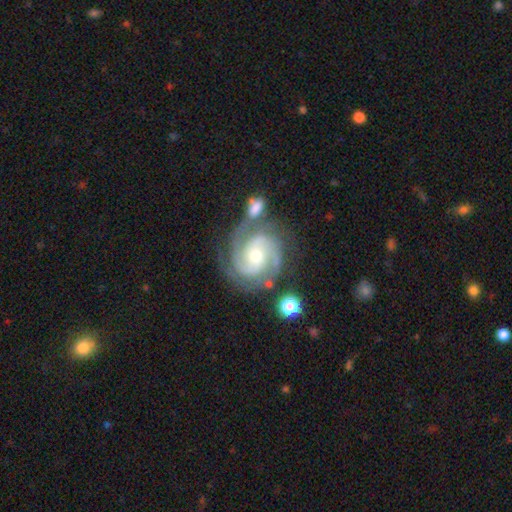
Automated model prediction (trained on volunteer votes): Smooth or featured?
  - featured or disk: 90% *
  - smooth: 5%
  - star or artifact: 5%
Edge-on disk?
  - no: 98% *
  - yes: 2%
Bar?
  - no: 58% *
  - weak: 32%
  - strong: 10%
Spiral arms?
  - yes: 98% *
  - no: 2%
Spiral winding?
  - tight: 56% *
  - medium: 39%
  - loose: 6%
Spiral arm count?
  - 2: 47% *
  - 3: 34%
  - can't tell: 8%
  - 4: 5%
  - 1: 3%
  - more than 4: 3%
Bulge size?
  - moderate: 53% *
  - small: 43%
  - large: 2%
  - none: 1%
  - dominant: 1%
Merging?
  - none: 61% *
  - merger: 16%
  - minor disturbance: 16%
  - major disturbance: 7%